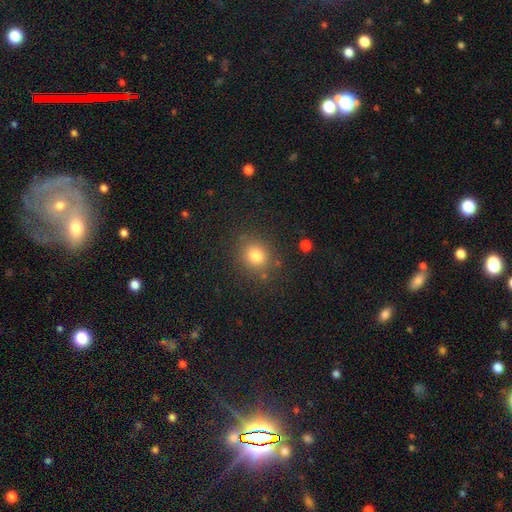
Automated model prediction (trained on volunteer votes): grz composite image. It shows a smooth galaxy with no disk features (79%) that is round (80%). Merging: none (84%).